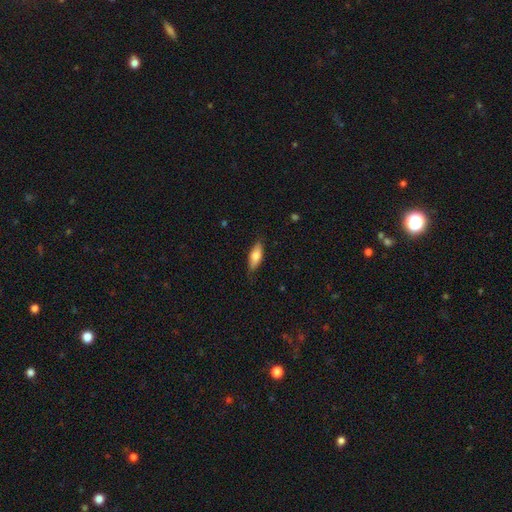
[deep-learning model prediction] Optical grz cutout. It shows a smooth galaxy with no disk features (74%) that is in between round and cigar-shaped (71%). Merging: none (80%).